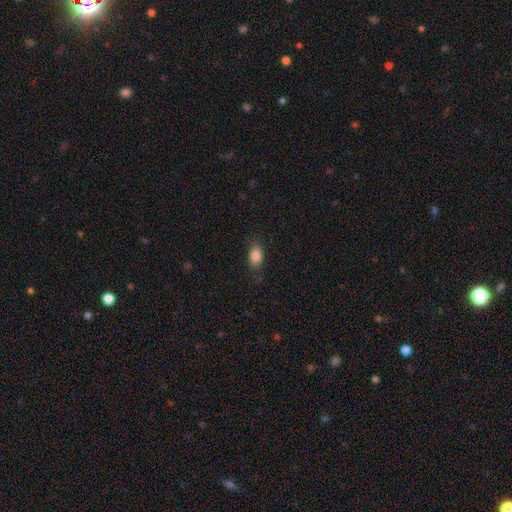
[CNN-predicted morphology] A smooth galaxy with no disk features (86%) that is in between round and cigar-shaped (87%). Merging: none (79%).